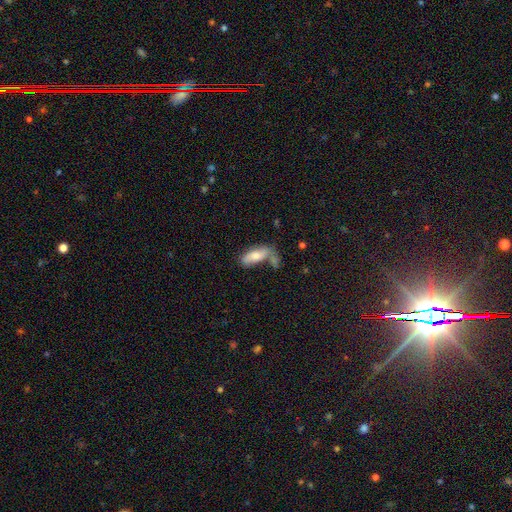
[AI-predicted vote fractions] Smooth or featured? smooth (68%)
How rounded? in between (74%)
Merging? none (45%)